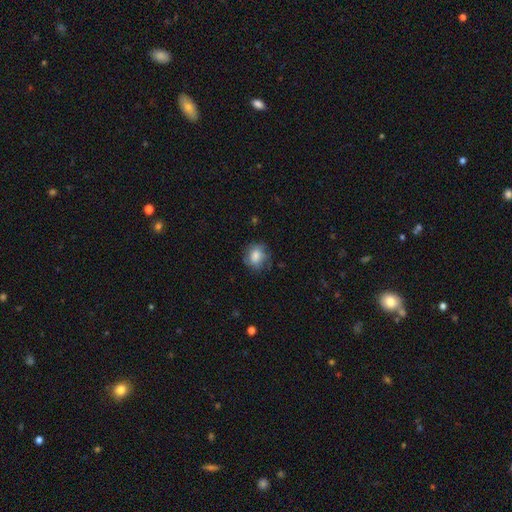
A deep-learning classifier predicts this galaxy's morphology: Overall: smooth (75%). How rounded: round (69%; in between 30%). Merging: none (69%).